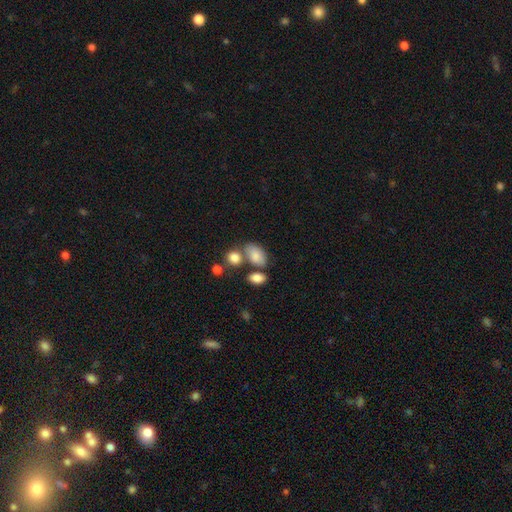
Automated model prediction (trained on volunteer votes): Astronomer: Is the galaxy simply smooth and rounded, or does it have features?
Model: smooth — 81%.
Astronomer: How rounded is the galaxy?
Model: in between — 86%.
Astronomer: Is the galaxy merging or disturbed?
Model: none — 54%.